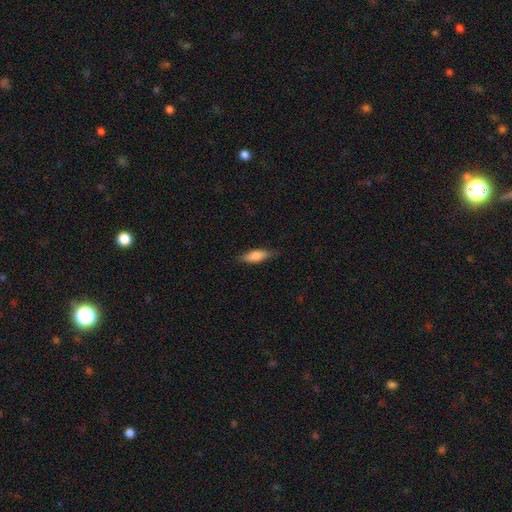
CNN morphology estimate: smooth 79%, featured or disk 15%, star or artifact 6%. Down the decision tree: how rounded — in between (60%); merging — none (79%).